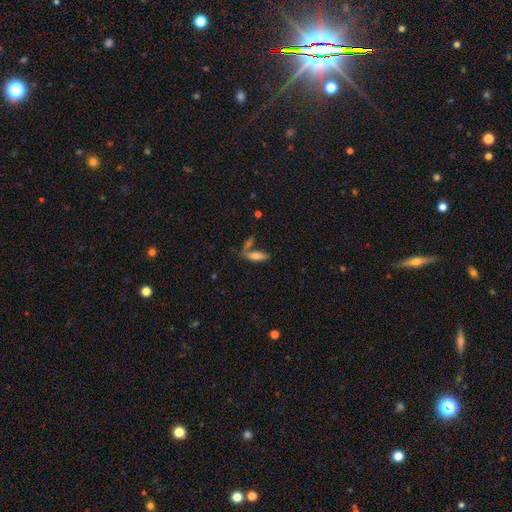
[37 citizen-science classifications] A smooth galaxy with no disk features (76%) that is in between round and cigar-shaped (64%).

Vote fractions:
- Smooth or featured? smooth: 76% / featured or disk: 19% / star or artifact: 5%
- How rounded? in between: 64% / cigar-shaped: 36% / round: 0%
- Merging? none: 60% / merger: 29% / minor disturbance: 6% / major disturbance: 6%